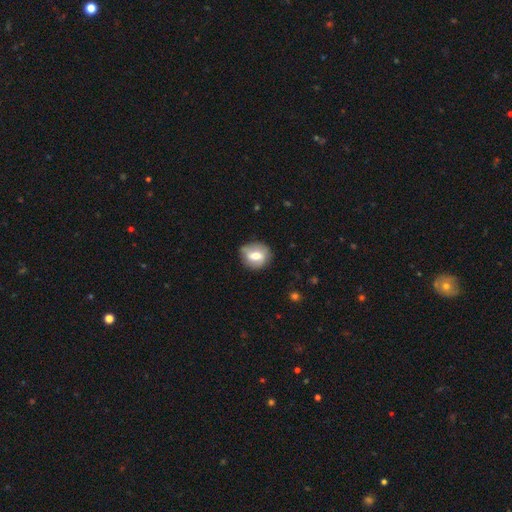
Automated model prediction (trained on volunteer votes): A smooth galaxy with no disk features (63%) that is round (75%). Merging: none (71%).